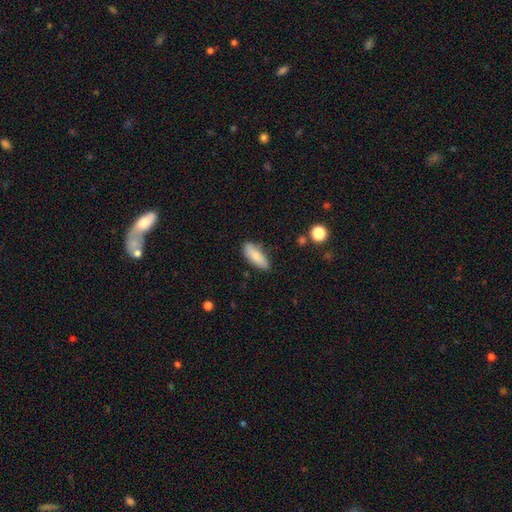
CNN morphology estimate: Overall: smooth (78%). How rounded: in between (65%; cigar-shaped 32%). Merging: none (78%).